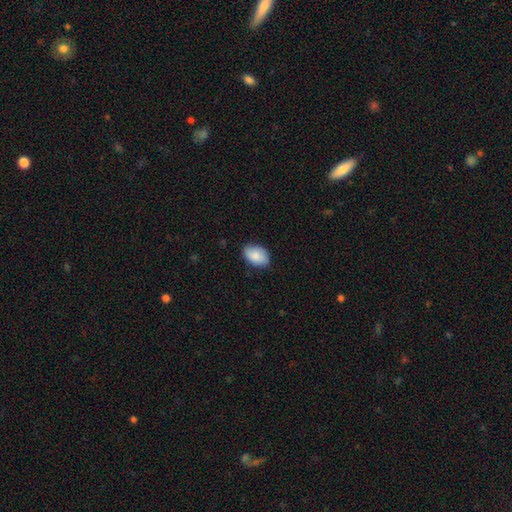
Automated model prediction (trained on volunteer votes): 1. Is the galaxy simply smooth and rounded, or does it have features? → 85% smooth, 9% featured or disk, 6% star or artifact.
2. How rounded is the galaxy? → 89% in between, 10% round, 1% cigar-shaped.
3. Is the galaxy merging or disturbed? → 82% none, 14% minor disturbance, 2% major disturbance, 1% merger.